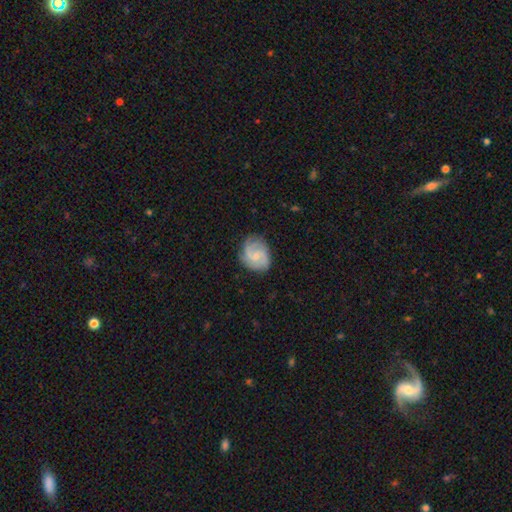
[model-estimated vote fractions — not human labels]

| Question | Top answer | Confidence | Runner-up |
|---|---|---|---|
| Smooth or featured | featured or disk | 69% | smooth (25%) |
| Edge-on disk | no | 98% | yes (2%) |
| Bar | no | 58% | weak (38%) |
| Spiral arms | yes | 94% | no (6%) |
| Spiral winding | medium | 46% | tight (38%) |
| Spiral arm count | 2 | 33% | 3 (31%) |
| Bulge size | small | 65% | moderate (23%) |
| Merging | none | 73% | minor disturbance (19%) |